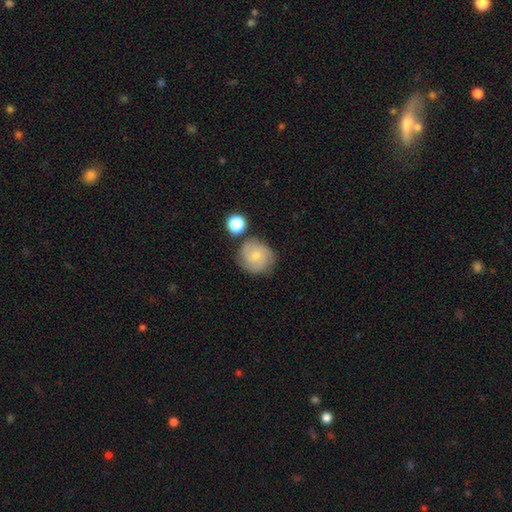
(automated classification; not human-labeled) Smooth or featured? Predicted: smooth (p=0.51). How rounded? Predicted: round (p=0.88). Merging? Predicted: none (p=0.71).